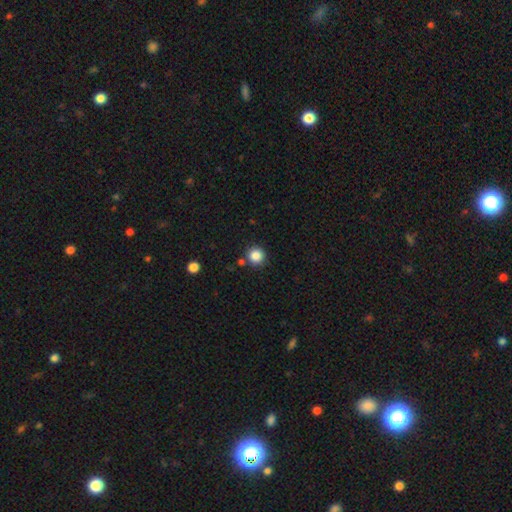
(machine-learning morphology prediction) Q: Smooth or featured?
A: smooth (85%); runner-up: star or artifact (11%)
Q: How rounded?
A: round (94%); runner-up: in between (5%)
Q: Merging?
A: none (85%); runner-up: minor disturbance (7%)